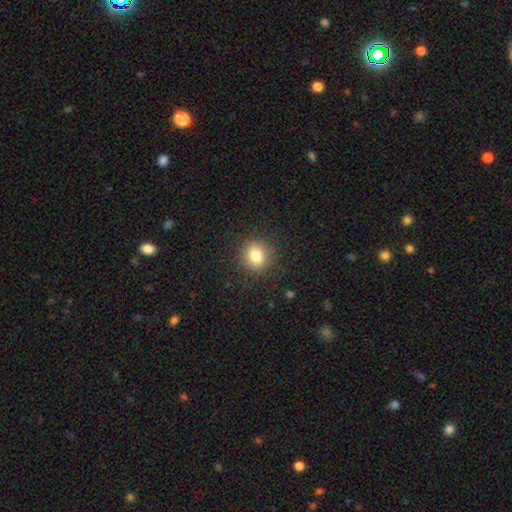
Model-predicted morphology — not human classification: smooth 82%, star or artifact 11%, featured or disk 7%. Down the decision tree: how rounded — round (84%); merging — none (90%).